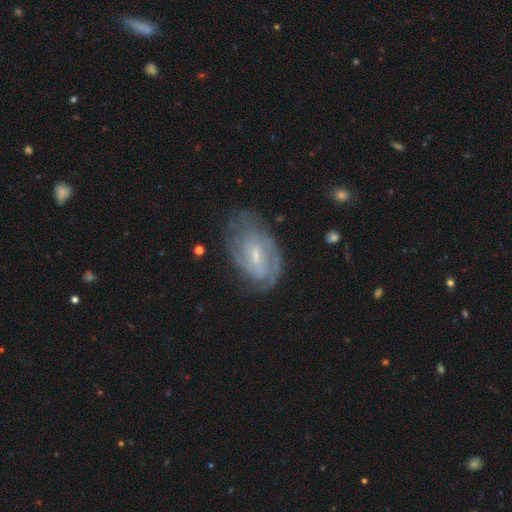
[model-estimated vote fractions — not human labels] featured or disk 79%, smooth 14%, star or artifact 7%. Down the decision tree: edge-on disk — no (96%); bar — weak (55%); spiral arms — yes (92%); spiral arm count — 2 (39%); spiral winding — tight (58%); bulge size — small (62%); merging — none (68%).